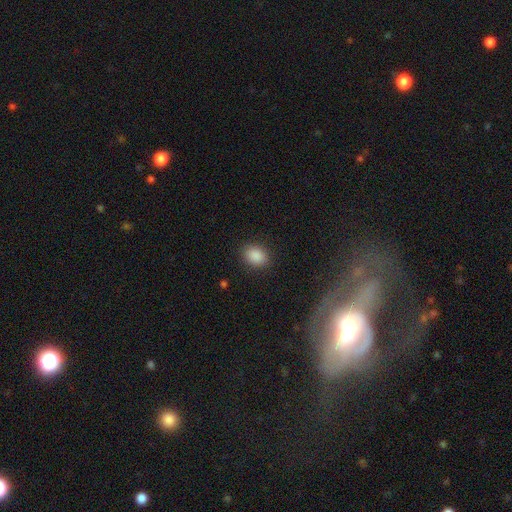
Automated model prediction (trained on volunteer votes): Q: Smooth or featured?
A: smooth (88%); runner-up: star or artifact (8%)
Q: How rounded?
A: in between (63%); runner-up: round (36%)
Q: Merging?
A: none (88%); runner-up: minor disturbance (8%)